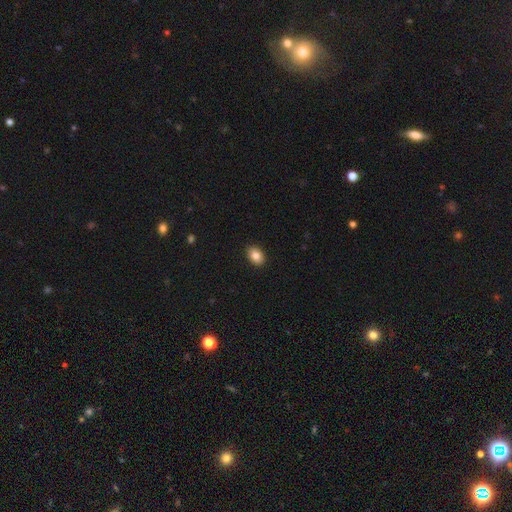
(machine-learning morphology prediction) Smooth or featured: smooth — 84% (star or artifact — 8%)
How rounded: in between — 79% (round — 20%)
Merging: none — 91% (minor disturbance — 6%)